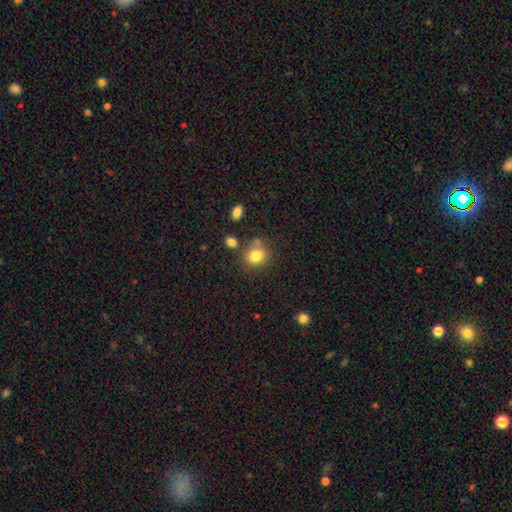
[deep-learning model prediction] Smooth or featured? smooth (81%)
How rounded? round (66%)
Merging? none (69%)